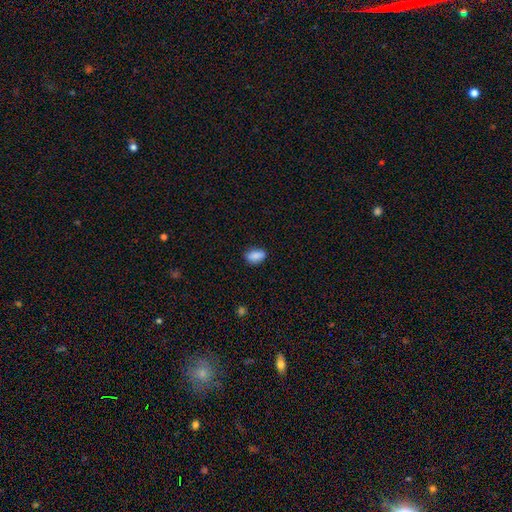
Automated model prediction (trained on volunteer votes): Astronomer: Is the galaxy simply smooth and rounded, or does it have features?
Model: smooth — 87%.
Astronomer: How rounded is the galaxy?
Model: in between — 88%.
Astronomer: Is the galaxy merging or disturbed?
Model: none — 80%.